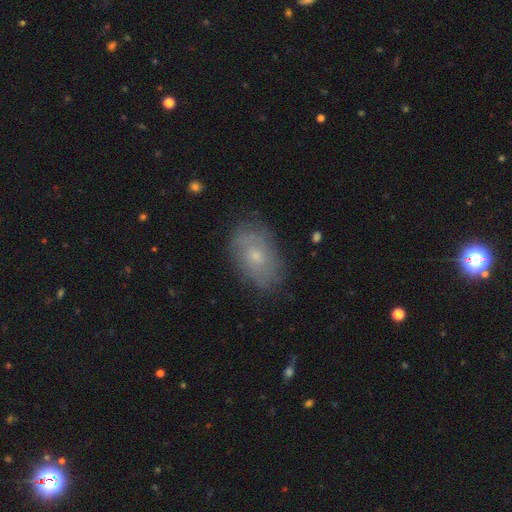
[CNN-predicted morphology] Overall: smooth (49%; featured or disk 42%). Merging: none (75%).